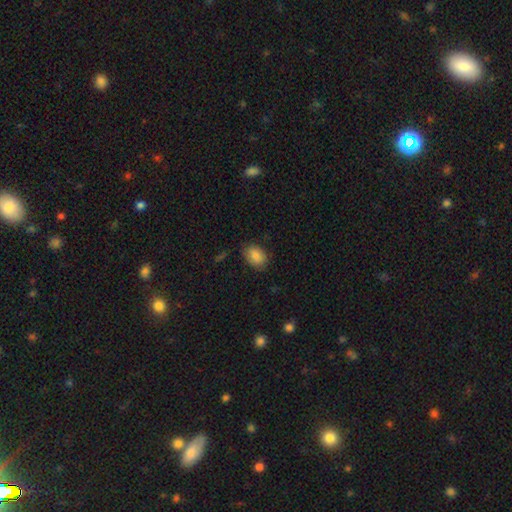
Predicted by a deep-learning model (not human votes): A smooth galaxy with no disk features (87%) that is in between round and cigar-shaped (79%).

Vote fractions:
- Smooth or featured? smooth: 87% / star or artifact: 8% / featured or disk: 6%
- How rounded? in between: 79% / round: 19% / cigar-shaped: 1%
- Merging? none: 81% / minor disturbance: 15% / major disturbance: 3% / merger: 1%